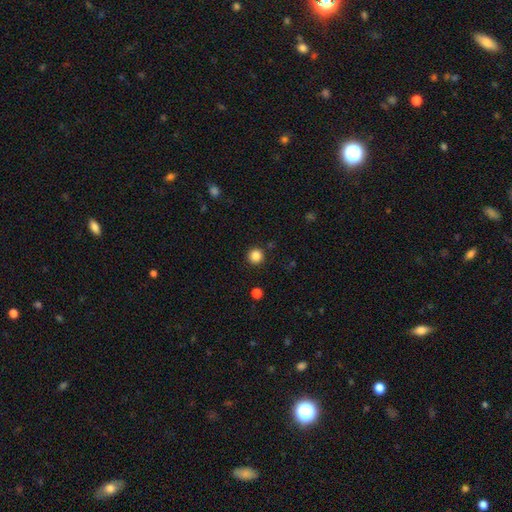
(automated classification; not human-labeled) smooth-or-featured: smooth: 85% | star or artifact: 11% | featured or disk: 4%
  how-rounded: round: 96% | in between: 3% | cigar-shaped: 1%
  merging: none: 92% | minor disturbance: 5% | major disturbance: 2% | merger: 1%